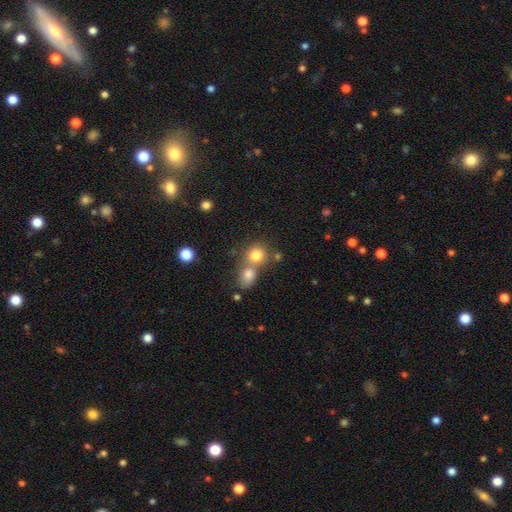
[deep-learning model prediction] smooth_or_featured: smooth (p=0.79) [alt: star or artifact p=0.11]
how_rounded: round (p=0.81) [alt: in between p=0.18]
merging: merger (p=0.47) [alt: none p=0.42]